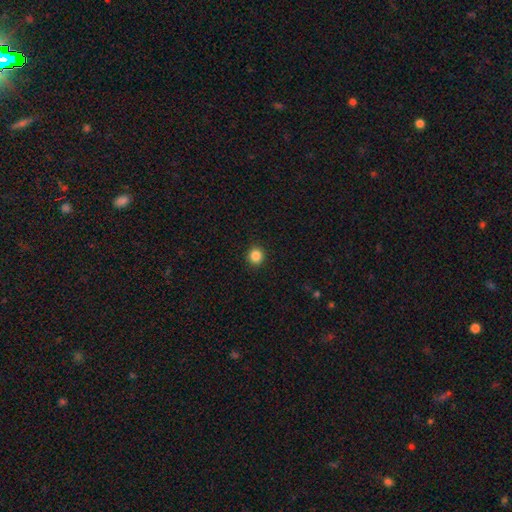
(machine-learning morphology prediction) type=smooth (86%); roundness=round (91%); merging=none (92%).